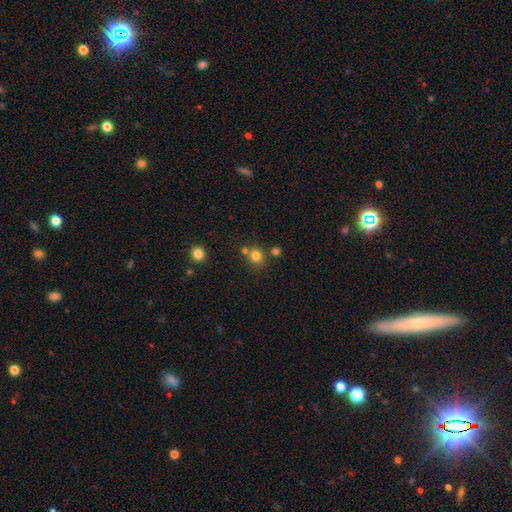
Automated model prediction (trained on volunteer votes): Overall: smooth (78%). How rounded: round (82%). Merging: none (65%).